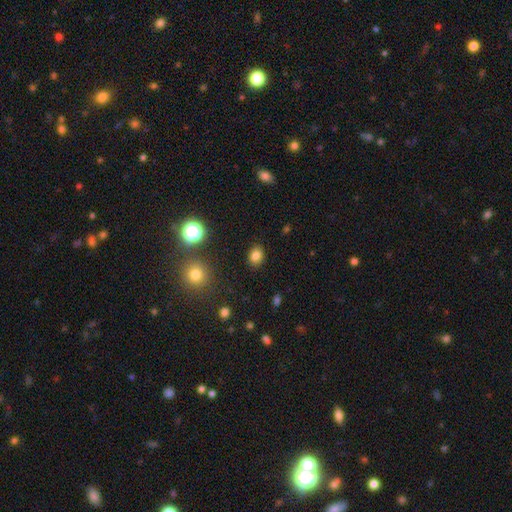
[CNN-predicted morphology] The model was most divided on "how rounded": in between: 52%, round: 48%, cigar-shaped: 1%. More confident: merging — none (87%); smooth or featured — smooth (80%).